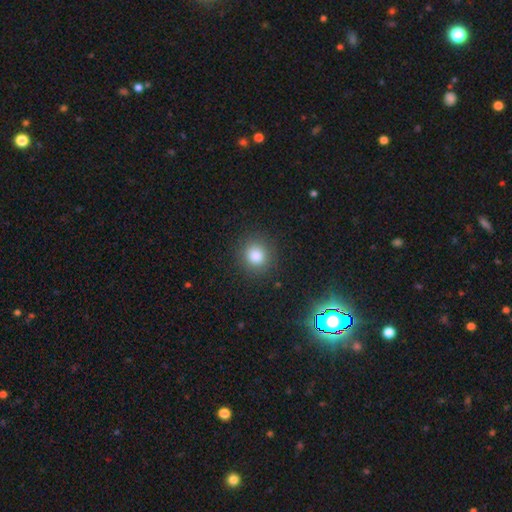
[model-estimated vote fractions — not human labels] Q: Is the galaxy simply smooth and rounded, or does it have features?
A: smooth — 83%.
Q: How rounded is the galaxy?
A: round — 89%.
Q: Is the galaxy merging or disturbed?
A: none — 89%.